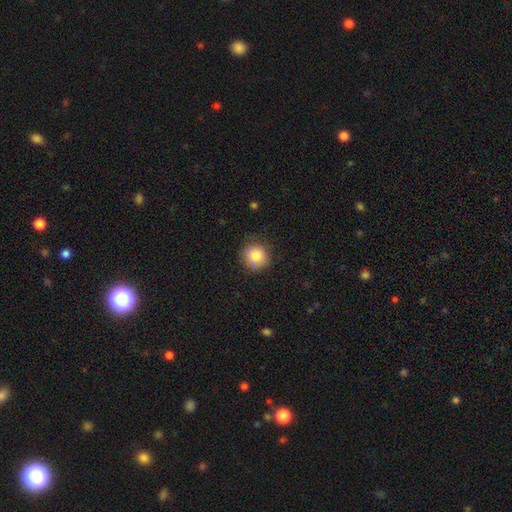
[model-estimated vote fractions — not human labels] smooth 83%, star or artifact 9%, featured or disk 7%. Down the decision tree: how rounded — round (90%); merging — none (82%).